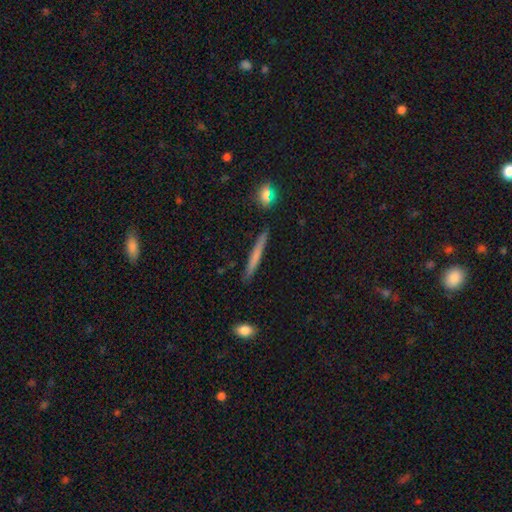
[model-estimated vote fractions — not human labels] Q: Smooth or featured?
A: smooth (62%); runner-up: featured or disk (31%)
Q: How rounded?
A: cigar-shaped (96%); runner-up: in between (3%)
Q: Merging?
A: none (88%); runner-up: minor disturbance (8%)